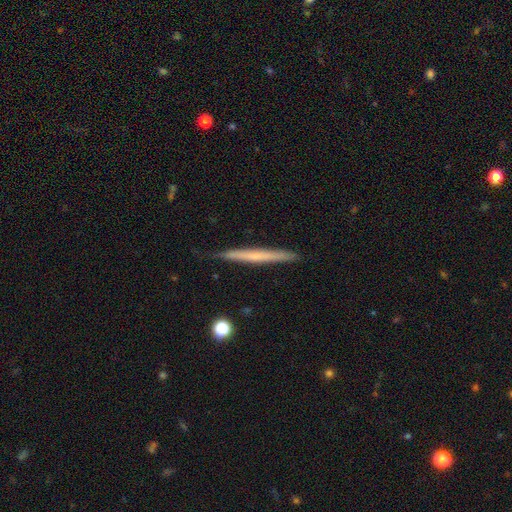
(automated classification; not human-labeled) Overall: featured or disk (49%; smooth 45%). Merging: none (87%).